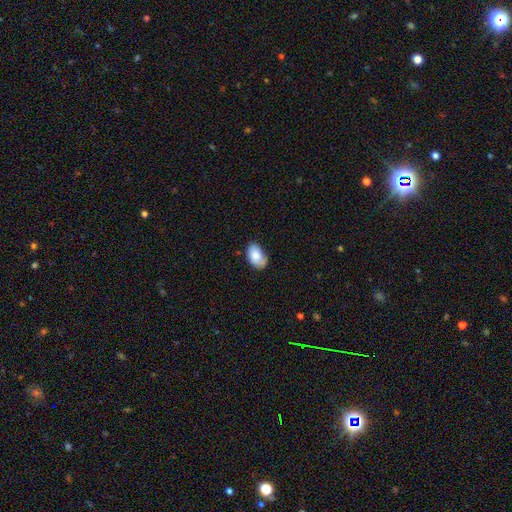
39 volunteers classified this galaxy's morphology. Smooth or featured? 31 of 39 (79%) said smooth. How rounded? 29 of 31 (94%) said in between. Merging? 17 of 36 (47%) said none.